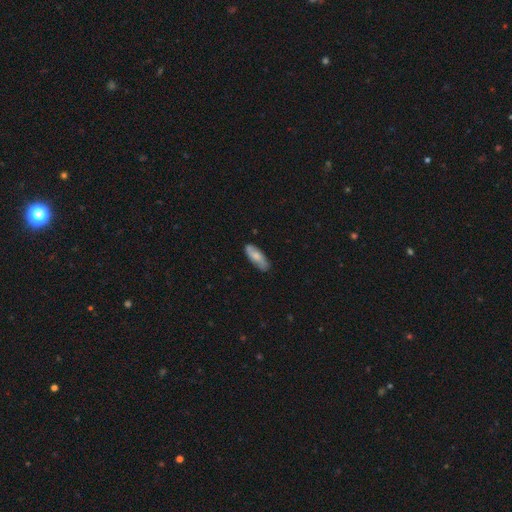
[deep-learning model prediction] A smooth galaxy with no disk features (67%) that is in between round and cigar-shaped (66%).

Vote fractions:
- Smooth or featured? smooth: 67% / featured or disk: 27% / star or artifact: 6%
- How rounded? in between: 66% / cigar-shaped: 32% / round: 2%
- Merging? none: 81% / minor disturbance: 15% / major disturbance: 2% / merger: 1%